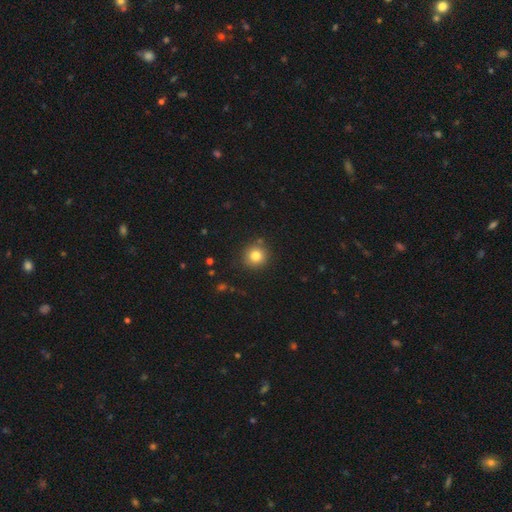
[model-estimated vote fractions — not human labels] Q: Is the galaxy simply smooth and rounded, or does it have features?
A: smooth — 81%.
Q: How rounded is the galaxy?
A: round — 93%.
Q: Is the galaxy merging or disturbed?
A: none — 87%.